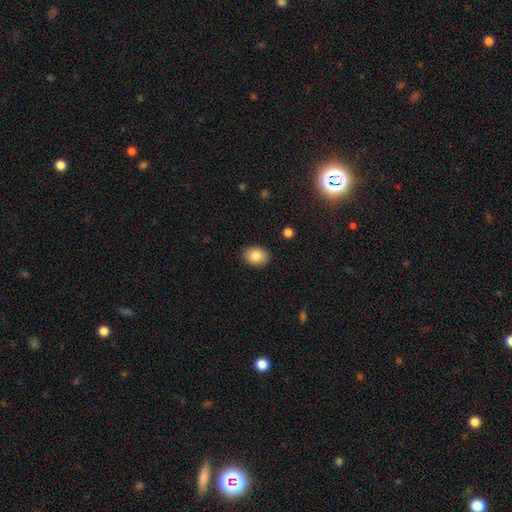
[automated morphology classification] Q: Smooth or featured?
A: smooth (85%); runner-up: star or artifact (8%)
Q: How rounded?
A: in between (68%); runner-up: round (31%)
Q: Merging?
A: none (90%); runner-up: minor disturbance (7%)